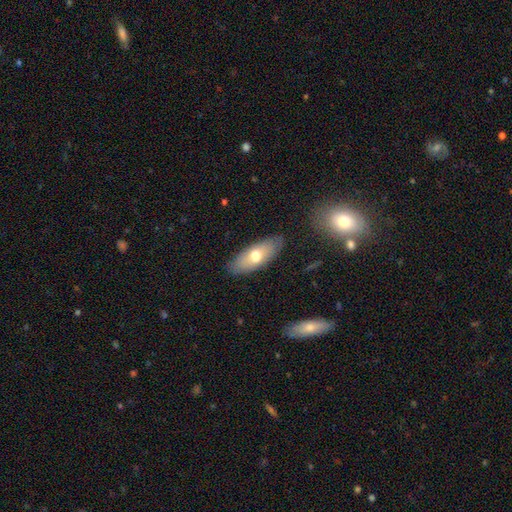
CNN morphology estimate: Smooth or featured? Predicted: smooth (p=0.64). How rounded? Predicted: in between (p=0.80). Merging? Predicted: none (p=0.84).